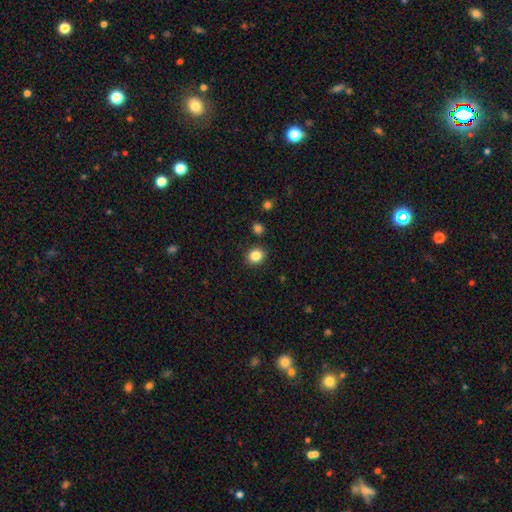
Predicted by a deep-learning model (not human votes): This is clearly a smooth galaxy (85%). How rounded: likely round (70%). Merging: clearly none (88%).